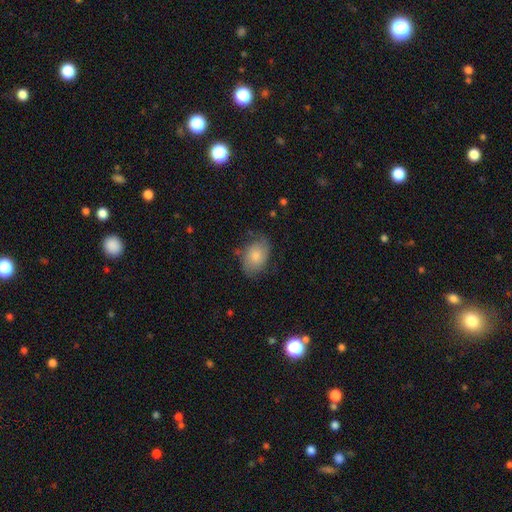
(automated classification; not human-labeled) Smooth or featured? Predicted: smooth (p=0.63). How rounded? Predicted: in between (p=0.77). Merging? Predicted: none (p=0.60).